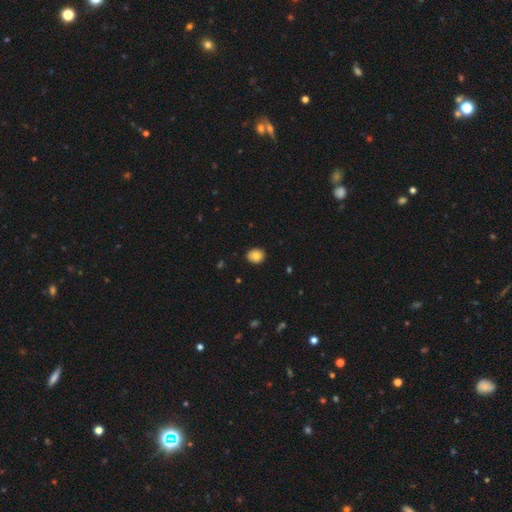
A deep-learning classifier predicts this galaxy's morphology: A smooth galaxy with no disk features (79%) that is round (66%).

Vote fractions:
- Smooth or featured? smooth: 79% / featured or disk: 13% / star or artifact: 9%
- How rounded? round: 66% / in between: 33% / cigar-shaped: 1%
- Merging? none: 89% / minor disturbance: 9% / major disturbance: 2% / merger: 1%